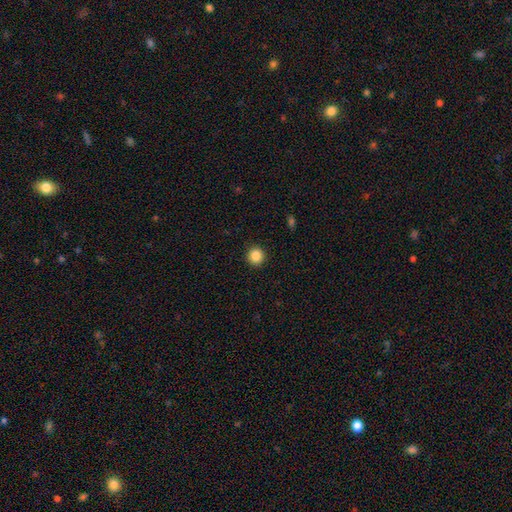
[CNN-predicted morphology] This is clearly a smooth galaxy (86%). How rounded: clearly round (94%). Merging: clearly none (93%).